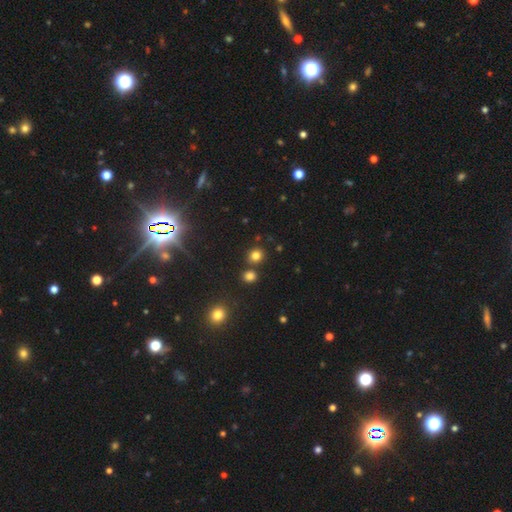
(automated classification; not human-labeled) smooth-or-featured: smooth: 78% | star or artifact: 16% | featured or disk: 6%
  how-rounded: round: 84% | in between: 15% | cigar-shaped: 1%
  merging: none: 78% | merger: 12% | minor disturbance: 7% | major disturbance: 3%